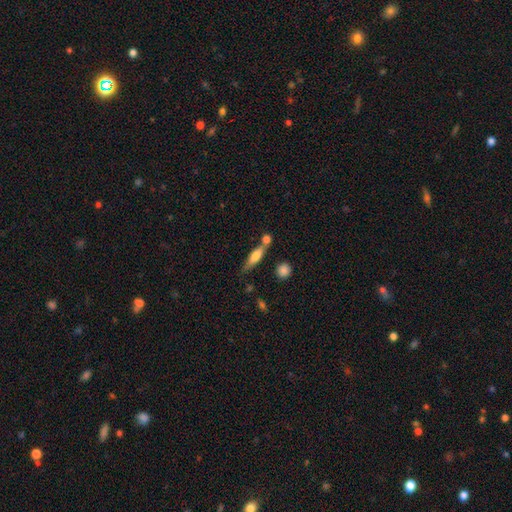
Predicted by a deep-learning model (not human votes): Q: Smooth or featured?
A: smooth (55%); runner-up: featured or disk (38%)
Q: How rounded?
A: cigar-shaped (70%); runner-up: in between (27%)
Q: Merging?
A: none (59%); runner-up: merger (23%)